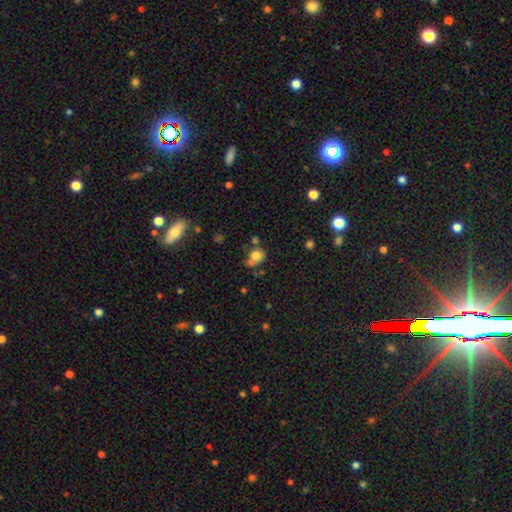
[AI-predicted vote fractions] This appears to be a smooth galaxy with no disk features (75%) that is round (55%). Merging: none (41%).